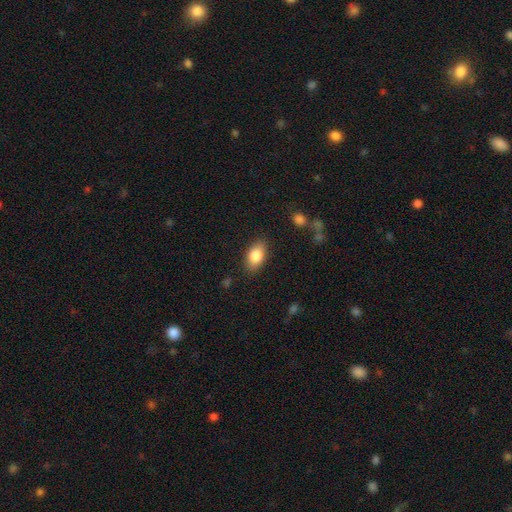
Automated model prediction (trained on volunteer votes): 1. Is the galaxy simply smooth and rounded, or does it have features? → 83% smooth, 10% featured or disk, 7% star or artifact.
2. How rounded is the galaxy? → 90% in between, 7% round, 3% cigar-shaped.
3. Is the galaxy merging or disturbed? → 85% none, 11% minor disturbance, 3% major disturbance, 1% merger.